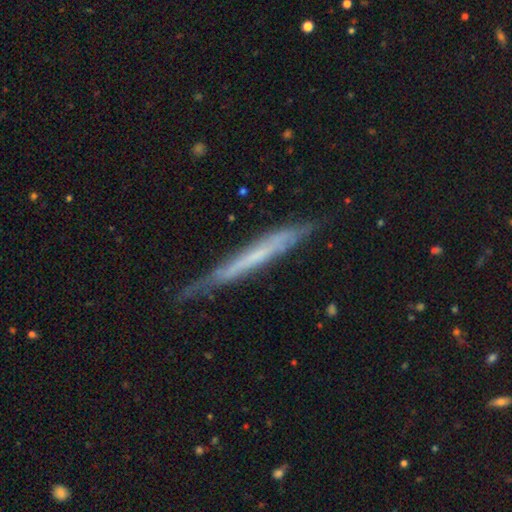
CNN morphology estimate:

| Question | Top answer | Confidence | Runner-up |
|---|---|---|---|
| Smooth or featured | featured or disk | 59% | smooth (34%) |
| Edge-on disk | yes | 87% | no (13%) |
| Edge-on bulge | none | 84% | rounded (10%) |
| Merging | none | 68% | minor disturbance (25%) |